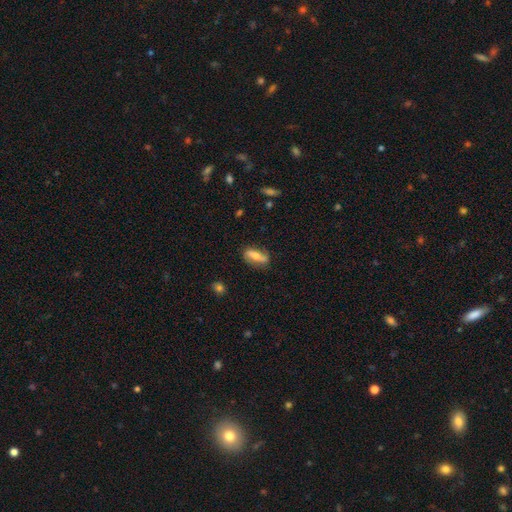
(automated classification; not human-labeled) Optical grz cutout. It shows a featured or disk galaxy (51%). Merging: none (78%).